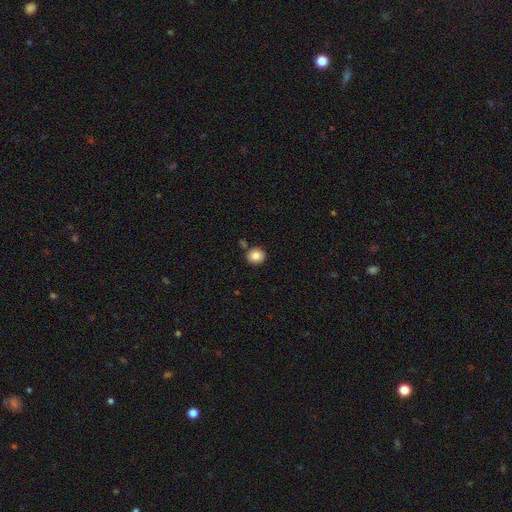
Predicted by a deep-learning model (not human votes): Smooth or featured? Predicted: smooth (p=0.86). How rounded? Predicted: round (p=0.81). Merging? Predicted: none (p=0.82).